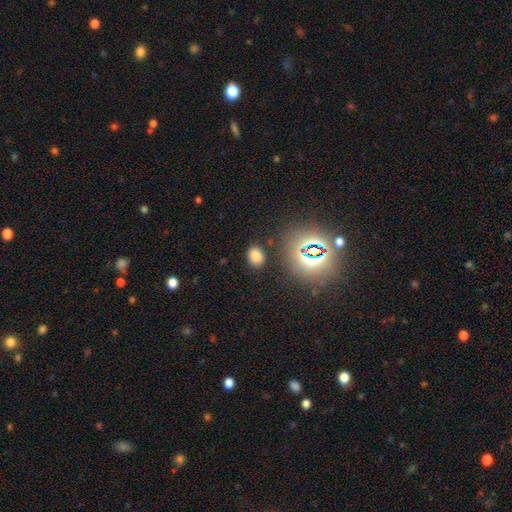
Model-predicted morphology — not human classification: A smooth galaxy with no disk features (73%) that is in between round and cigar-shaped (56%).

Vote fractions:
- Smooth or featured? smooth: 73% / star or artifact: 20% / featured or disk: 7%
- How rounded? in between: 56% / round: 43% / cigar-shaped: 1%
- Merging? none: 83% / minor disturbance: 10% / major disturbance: 3% / merger: 3%